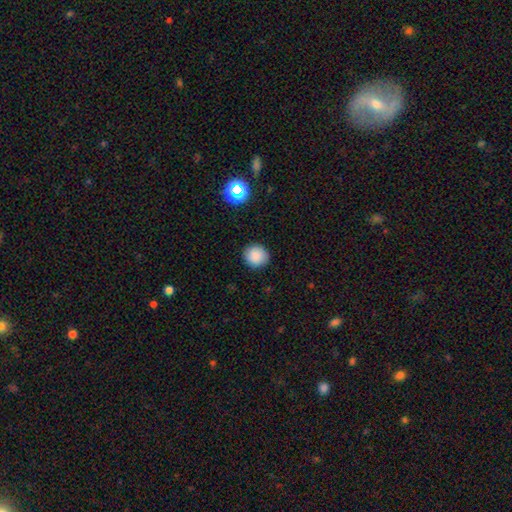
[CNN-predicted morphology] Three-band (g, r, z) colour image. It shows a smooth galaxy with no disk features (86%) that is round (91%). Merging: none (90%).